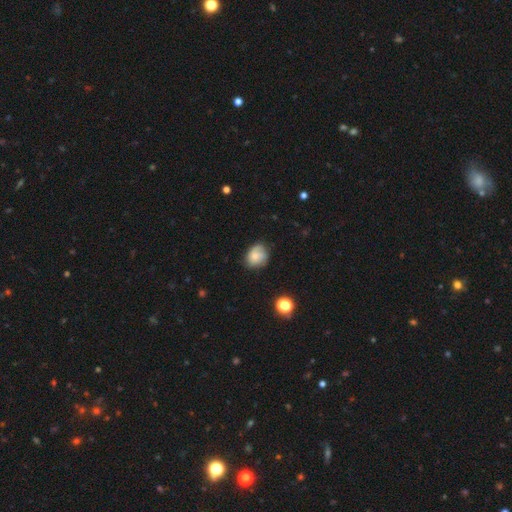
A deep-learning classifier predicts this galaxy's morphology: smooth_or_featured: smooth (p=0.63) [alt: featured or disk p=0.27]
how_rounded: round (p=0.57) [alt: in between p=0.42]
merging: none (p=0.62) [alt: minor disturbance p=0.28]